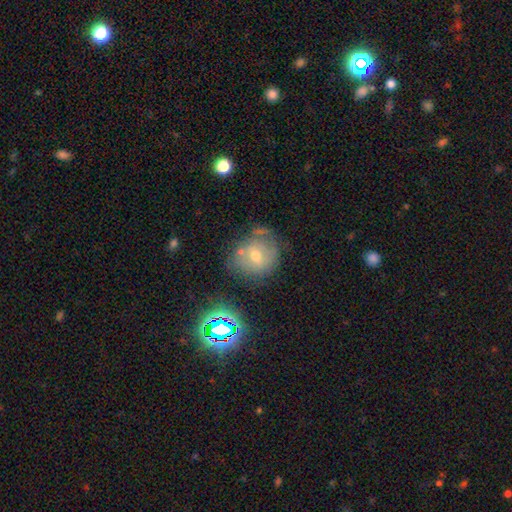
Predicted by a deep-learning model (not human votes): Smooth or featured? smooth (42%)
Merging? none (52%)